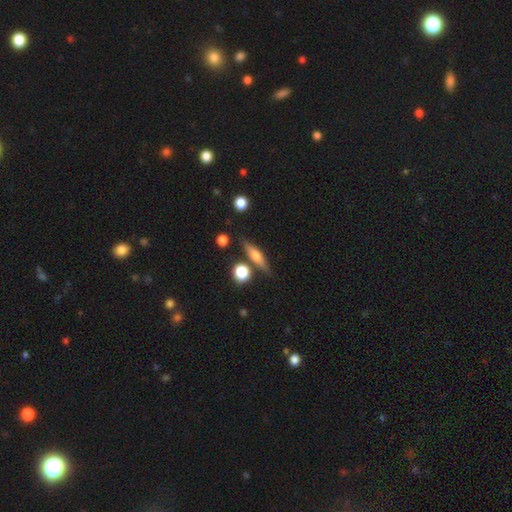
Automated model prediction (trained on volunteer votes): A featured or disk galaxy (50%).

Vote fractions:
- Smooth or featured? featured or disk: 50% / smooth: 42% / star or artifact: 8%
- Merging? none: 79% / minor disturbance: 11% / merger: 7% / major disturbance: 3%